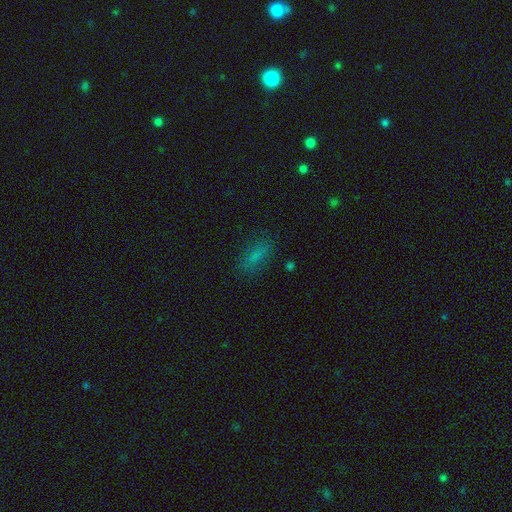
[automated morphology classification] Smooth or featured?
  - smooth: 71% *
  - star or artifact: 17%
  - featured or disk: 13%
How rounded?
  - in between: 66% *
  - cigar-shaped: 29%
  - round: 5%
Merging?
  - none: 79% *
  - minor disturbance: 14%
  - major disturbance: 5%
  - merger: 2%